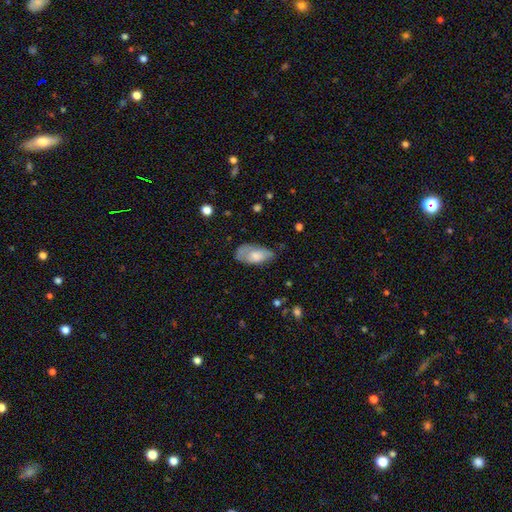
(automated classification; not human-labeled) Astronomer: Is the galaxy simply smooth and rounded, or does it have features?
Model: smooth — 63%.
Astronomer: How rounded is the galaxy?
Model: in between — 91%.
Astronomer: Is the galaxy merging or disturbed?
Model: none — 49% (runner-up: minor disturbance, 34%).